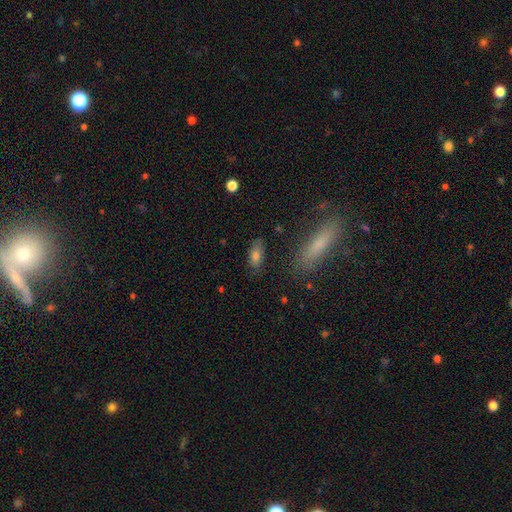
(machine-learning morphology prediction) smooth 73%, featured or disk 17%, star or artifact 10%. Down the decision tree: how rounded — in between (74%); merging — none (76%).